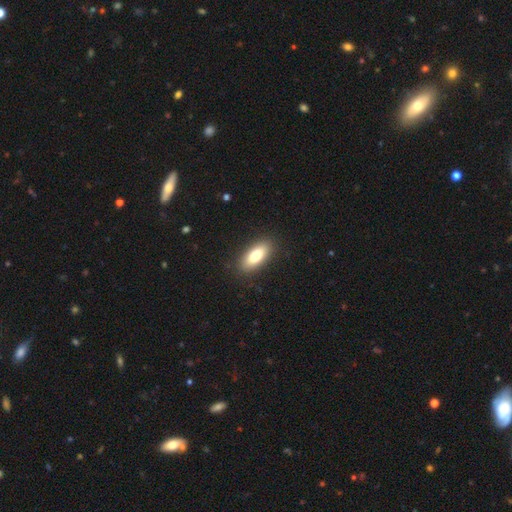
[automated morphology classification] Overall: smooth (78%). How rounded: in between (81%). Merging: none (88%).